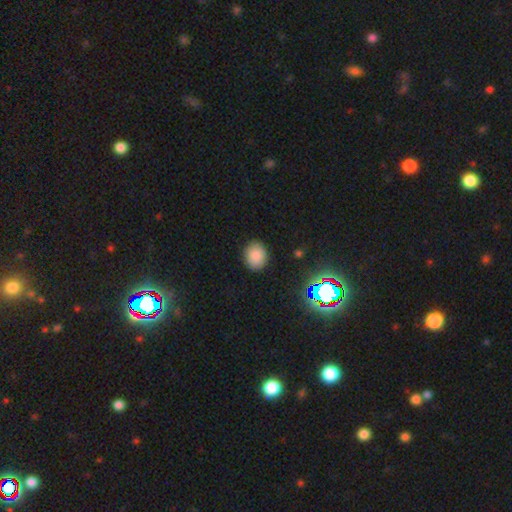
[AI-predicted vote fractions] Smooth or featured: smooth — 84% (star or artifact — 11%)
How rounded: round — 55% (in between — 45%)
Merging: none — 87% (minor disturbance — 9%)